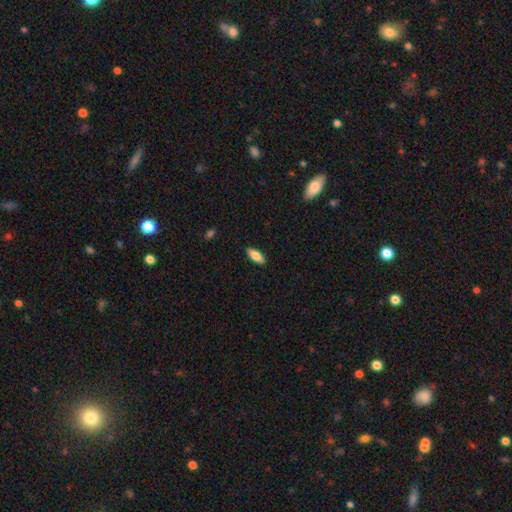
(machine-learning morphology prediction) The model was most divided on "how rounded": in between: 81%, cigar-shaped: 17%, round: 2%. More confident: merging — none (89%); smooth or featured — smooth (79%).